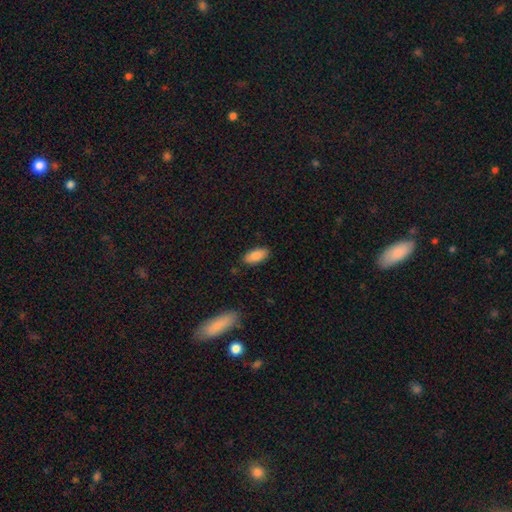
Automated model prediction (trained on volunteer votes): Morphology: type=smooth (87%); roundness=in between (91%); merging=none (86%).